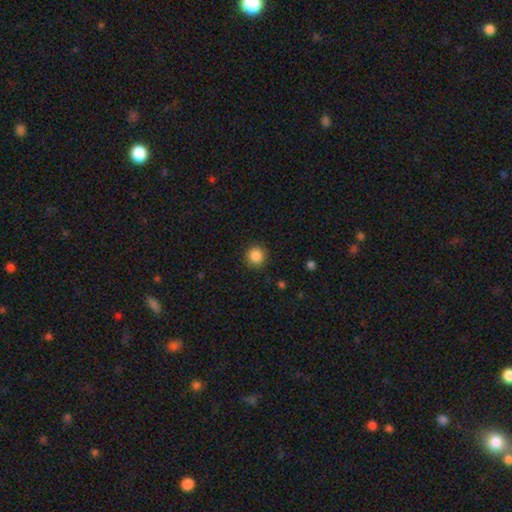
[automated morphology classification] Smooth or featured: smooth — 87% (star or artifact — 10%)
How rounded: round — 94% (in between — 5%)
Merging: none — 90% (minor disturbance — 7%)